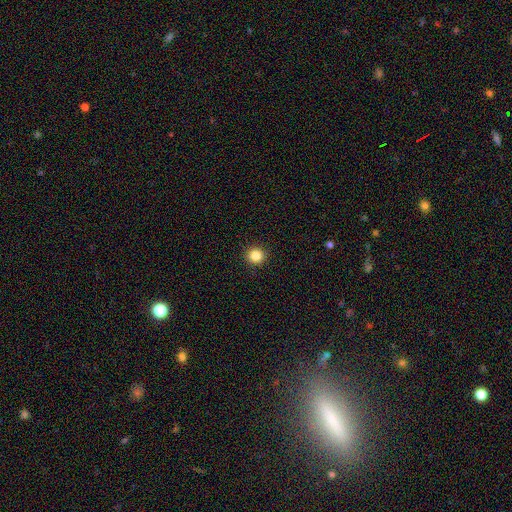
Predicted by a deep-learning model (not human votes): Q: Smooth or featured?
A: smooth (84%); runner-up: star or artifact (11%)
Q: How rounded?
A: round (93%); runner-up: in between (6%)
Q: Merging?
A: none (93%); runner-up: minor disturbance (4%)